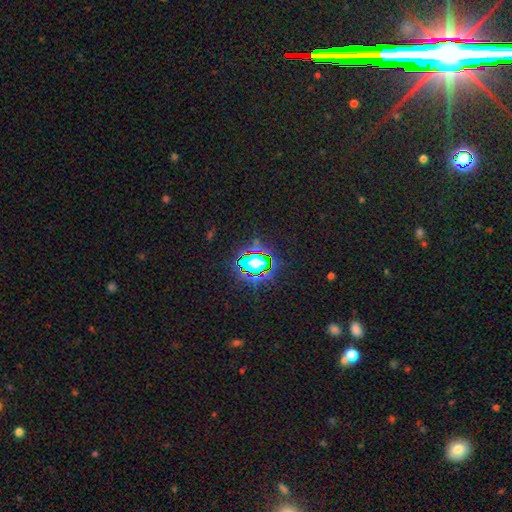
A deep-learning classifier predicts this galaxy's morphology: type=star or artifact (78%).